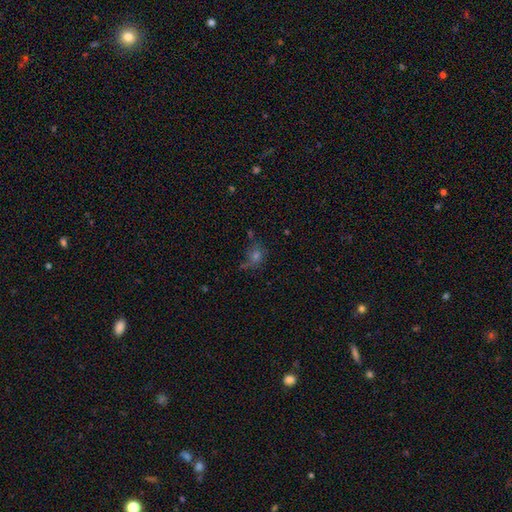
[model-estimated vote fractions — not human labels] The model was most divided on "smooth or featured": smooth: 46%, star or artifact: 31%, featured or disk: 23%. More confident: merging — none (51%).